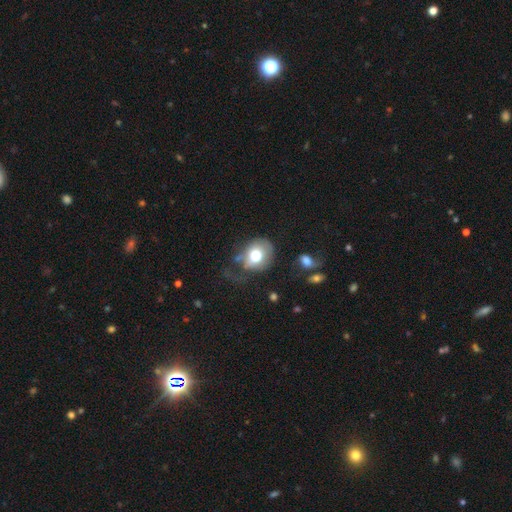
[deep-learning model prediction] This is likely a smooth galaxy (66%). How rounded: likely round (66%). Merging: marginally none (40%).